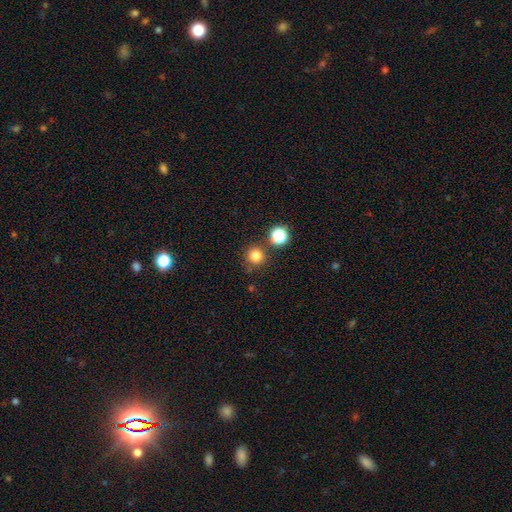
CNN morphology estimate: A smooth galaxy with no disk features (80%) that is round (94%).

Vote fractions:
- Smooth or featured? smooth: 80% / star or artifact: 15% / featured or disk: 5%
- How rounded? round: 94% / in between: 5% / cigar-shaped: 1%
- Merging? none: 82% / minor disturbance: 8% / merger: 7% / major disturbance: 3%